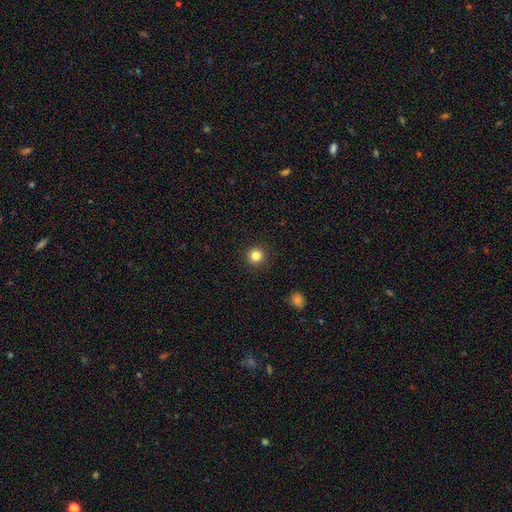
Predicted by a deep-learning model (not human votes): Q: Smooth or featured?
A: smooth (84%); runner-up: star or artifact (12%)
Q: How rounded?
A: round (96%); runner-up: in between (3%)
Q: Merging?
A: none (93%); runner-up: minor disturbance (4%)